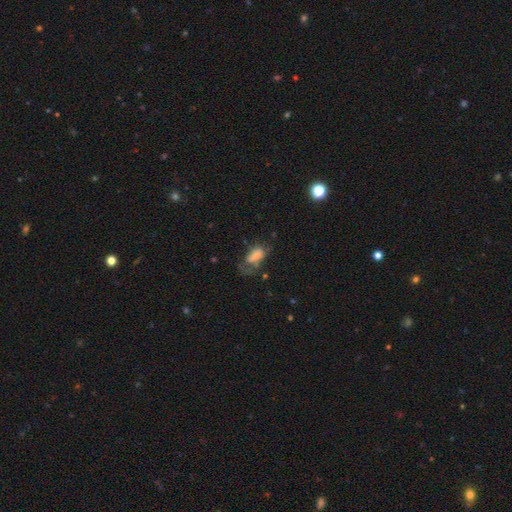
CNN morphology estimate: type=smooth (67%); roundness=in between (88%); merging=major disturbance (42%).